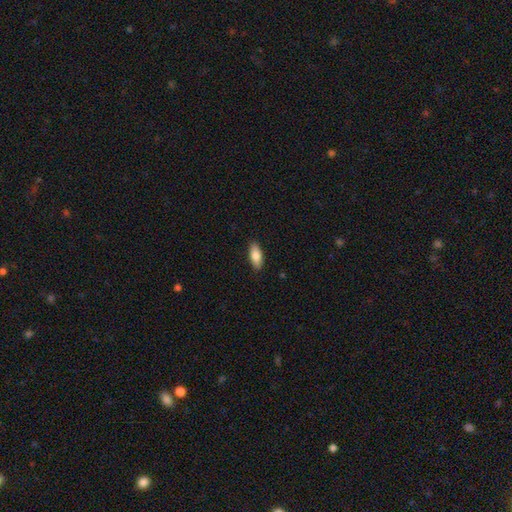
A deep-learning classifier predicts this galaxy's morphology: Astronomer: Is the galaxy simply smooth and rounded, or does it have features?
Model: smooth — 82%.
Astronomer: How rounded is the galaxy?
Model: in between — 78%.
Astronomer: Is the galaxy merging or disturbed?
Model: none — 88%.